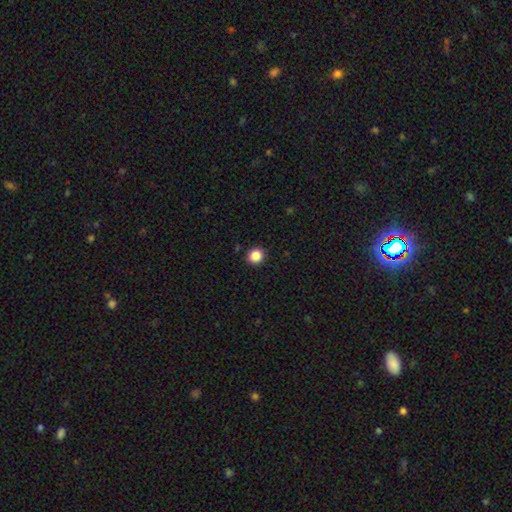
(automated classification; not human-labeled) Smooth or featured? smooth (87%)
How rounded? round (88%)
Merging? none (92%)